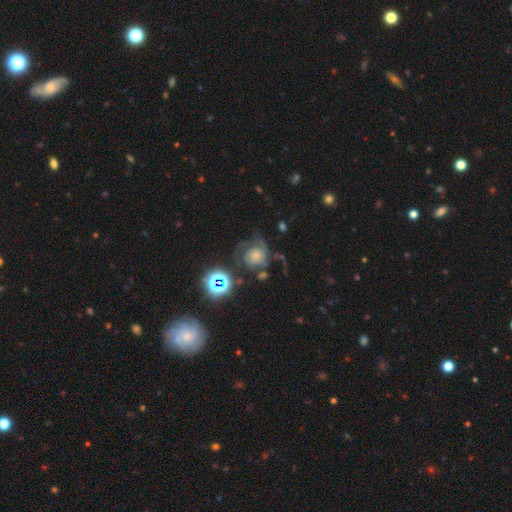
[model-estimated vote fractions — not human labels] Smooth or featured? Predicted: featured or disk (p=0.61). Edge-on disk? Predicted: no (p=0.98). Bar? Predicted: no (p=0.80). Spiral arms? Predicted: yes (p=0.87). Spiral winding? Predicted: tight (p=0.40). Spiral arm count? Predicted: 2 (p=0.34). Bulge size? Predicted: small (p=0.40). Merging? Predicted: none (p=0.42).